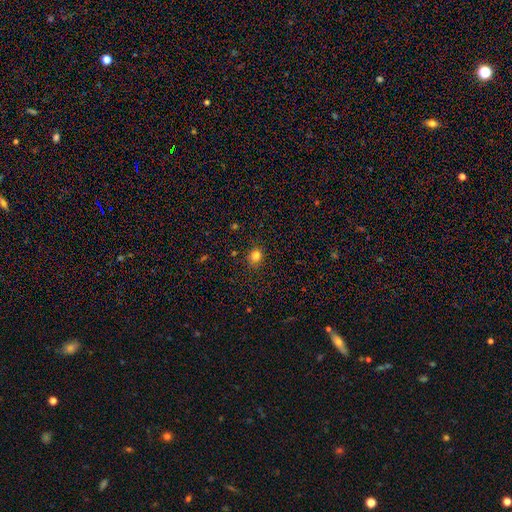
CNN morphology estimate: A smooth galaxy with no disk features (82%) that is round (77%).

Vote fractions:
- Smooth or featured? smooth: 82% / star or artifact: 13% / featured or disk: 5%
- How rounded? round: 77% / in between: 22% / cigar-shaped: 1%
- Merging? none: 88% / minor disturbance: 9% / major disturbance: 3% / merger: 1%